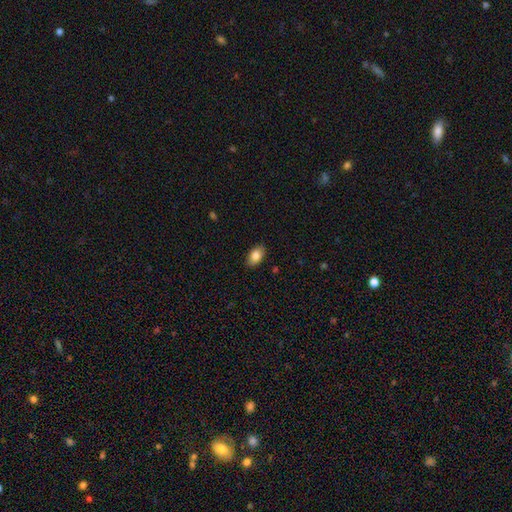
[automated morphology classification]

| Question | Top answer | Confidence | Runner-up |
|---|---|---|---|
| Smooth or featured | smooth | 85% | featured or disk (8%) |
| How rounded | in between | 91% | round (7%) |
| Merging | none | 87% | minor disturbance (10%) |